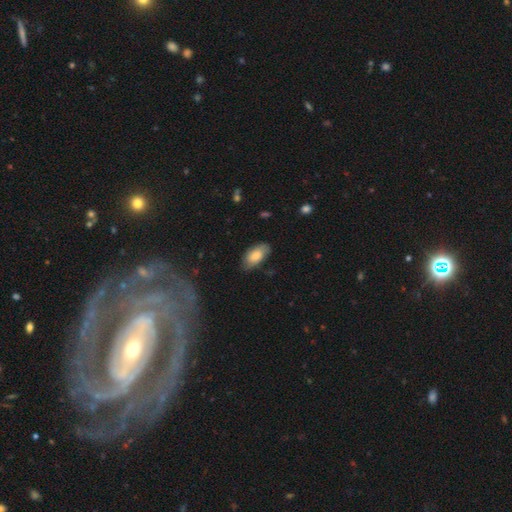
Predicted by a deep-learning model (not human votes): Smooth or featured: smooth — 74% (featured or disk — 19%)
How rounded: in between — 93% (cigar-shaped — 4%)
Merging: none — 72% (minor disturbance — 22%)